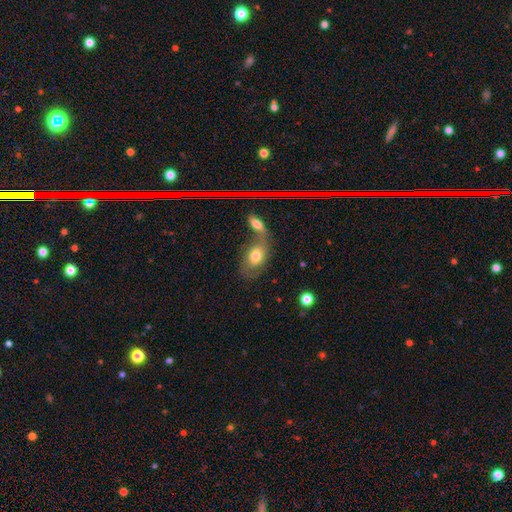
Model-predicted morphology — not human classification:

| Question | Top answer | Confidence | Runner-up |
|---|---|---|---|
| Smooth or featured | smooth | 68% | featured or disk (22%) |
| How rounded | in between | 83% | round (15%) |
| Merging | merger | 43% | none (36%) |